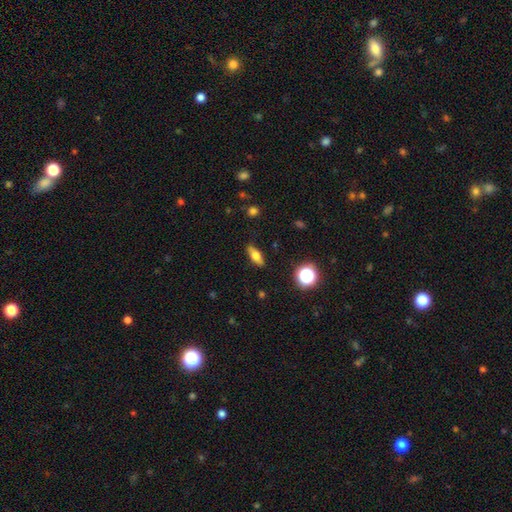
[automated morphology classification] This is possibly a smooth galaxy (58%). How rounded: likely in between (63%). Merging: clearly none (87%).